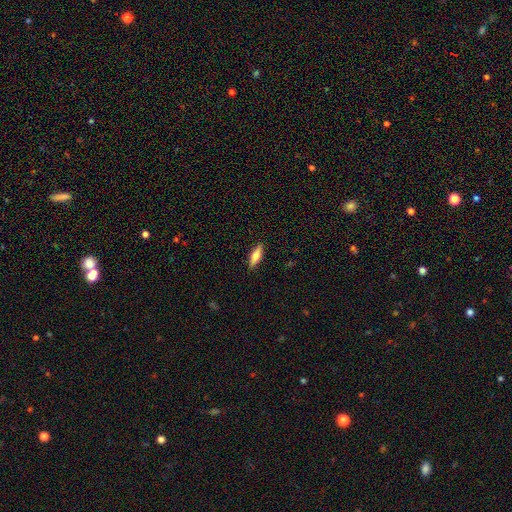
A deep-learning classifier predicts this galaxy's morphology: Q: Smooth or featured?
A: smooth (61%); runner-up: featured or disk (32%)
Q: How rounded?
A: cigar-shaped (52%); runner-up: in between (46%)
Q: Merging?
A: none (89%); runner-up: minor disturbance (8%)